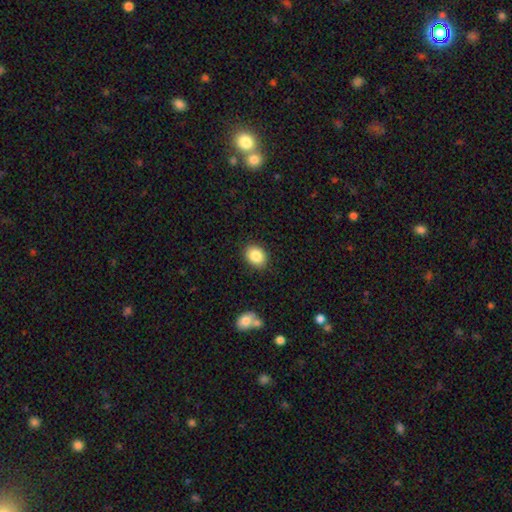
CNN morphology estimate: Smooth or featured? Predicted: smooth (p=0.85). How rounded? Predicted: in between (p=0.55). Merging? Predicted: none (p=0.88).